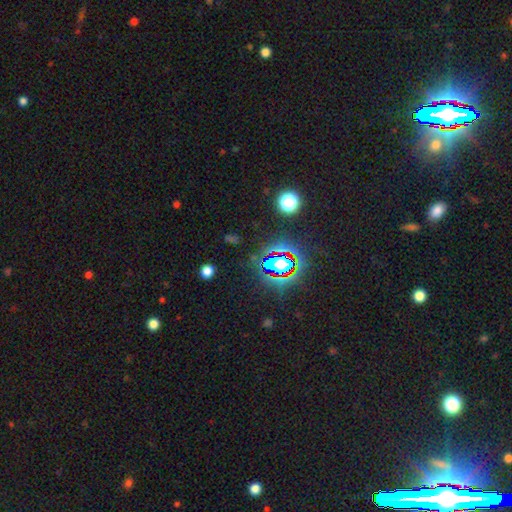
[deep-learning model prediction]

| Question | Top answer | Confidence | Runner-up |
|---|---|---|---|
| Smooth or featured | star or artifact | 82% | smooth (11%) |